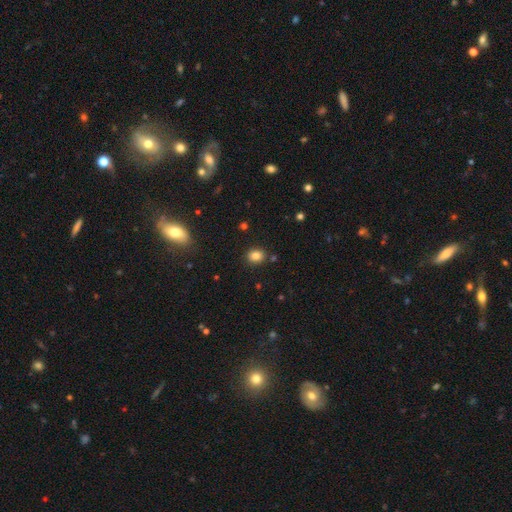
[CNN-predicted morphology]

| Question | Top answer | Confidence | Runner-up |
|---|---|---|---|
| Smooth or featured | smooth | 82% | star or artifact (12%) |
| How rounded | round | 61% | in between (38%) |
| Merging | none | 84% | minor disturbance (10%) |